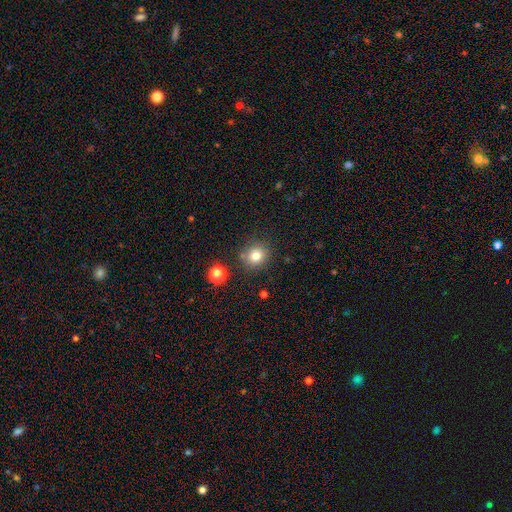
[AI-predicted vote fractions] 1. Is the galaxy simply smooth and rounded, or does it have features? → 79% smooth, 13% star or artifact, 8% featured or disk.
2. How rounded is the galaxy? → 85% round, 14% in between, 1% cigar-shaped.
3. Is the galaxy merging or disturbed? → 80% none, 10% minor disturbance, 7% merger, 3% major disturbance.